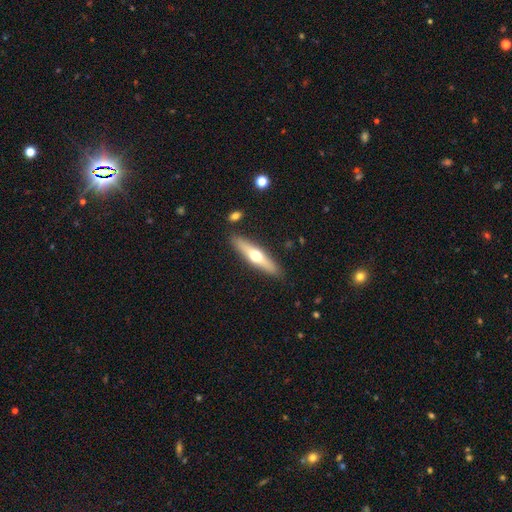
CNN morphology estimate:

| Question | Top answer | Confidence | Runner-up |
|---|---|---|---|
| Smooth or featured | featured or disk | 54% | smooth (41%) |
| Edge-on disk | yes | 92% | no (8%) |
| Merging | none | 88% | minor disturbance (8%) |